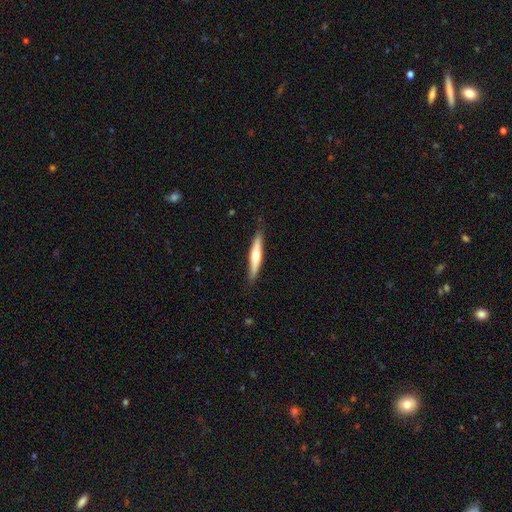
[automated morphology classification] smooth 48%, featured or disk 47%, star or artifact 5%. Down the decision tree: merging — none (86%).